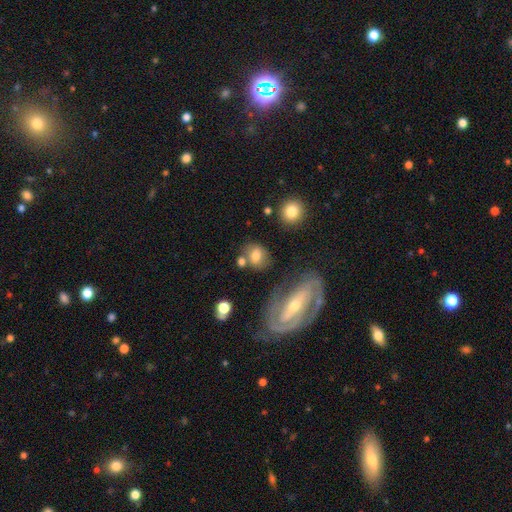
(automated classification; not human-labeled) A smooth galaxy with no disk features (69%) that is round (64%). Merging: none (66%).